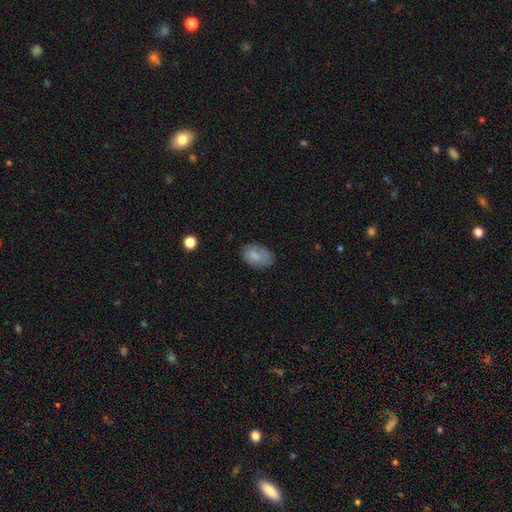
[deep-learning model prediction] Overall: smooth (78%). How rounded: in between (87%). Merging: none (70%).